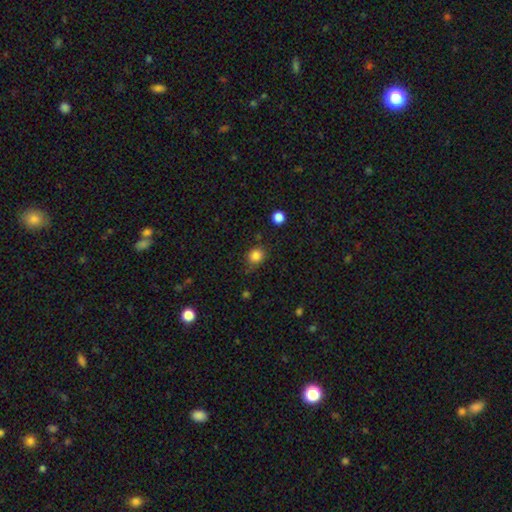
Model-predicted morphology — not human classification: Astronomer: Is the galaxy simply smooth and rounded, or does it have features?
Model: smooth — 84%.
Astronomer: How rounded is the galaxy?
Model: round — 76%.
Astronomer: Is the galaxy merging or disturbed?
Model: none — 72%.